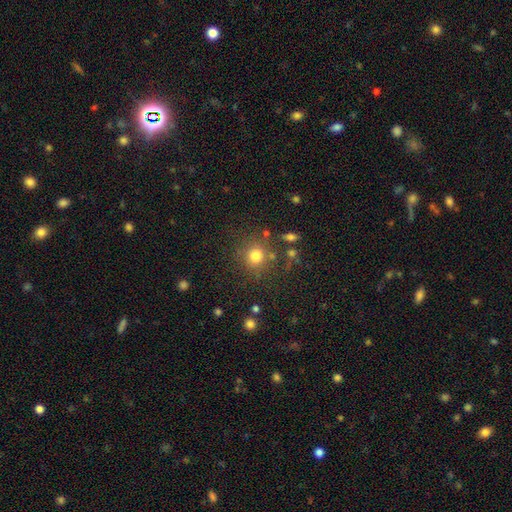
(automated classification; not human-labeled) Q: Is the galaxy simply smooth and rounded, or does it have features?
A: smooth — 50%.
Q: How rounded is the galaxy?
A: round — 93%.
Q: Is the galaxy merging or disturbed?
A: none — 82%.